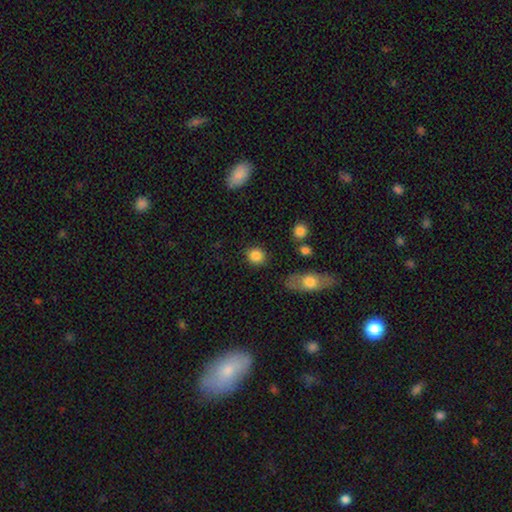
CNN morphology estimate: Smooth or featured?
  - smooth: 85% *
  - star or artifact: 9%
  - featured or disk: 6%
How rounded?
  - round: 84% *
  - in between: 15%
  - cigar-shaped: 1%
Merging?
  - none: 83% *
  - minor disturbance: 10%
  - major disturbance: 4%
  - merger: 3%